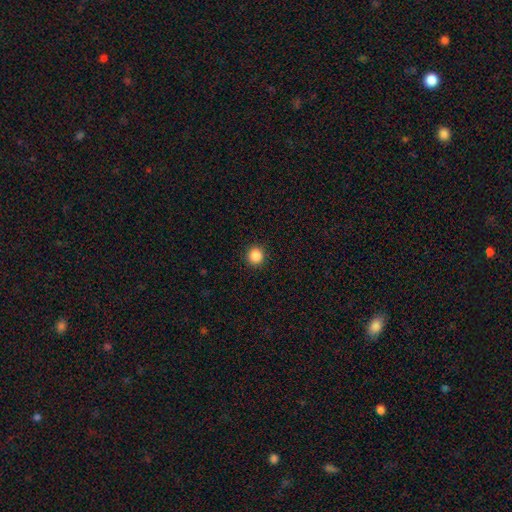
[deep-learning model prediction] Smooth or featured?
  - smooth: 87% *
  - star or artifact: 10%
  - featured or disk: 2%
How rounded?
  - round: 94% *
  - in between: 5%
  - cigar-shaped: 1%
Merging?
  - none: 92% *
  - minor disturbance: 5%
  - major disturbance: 2%
  - merger: 1%